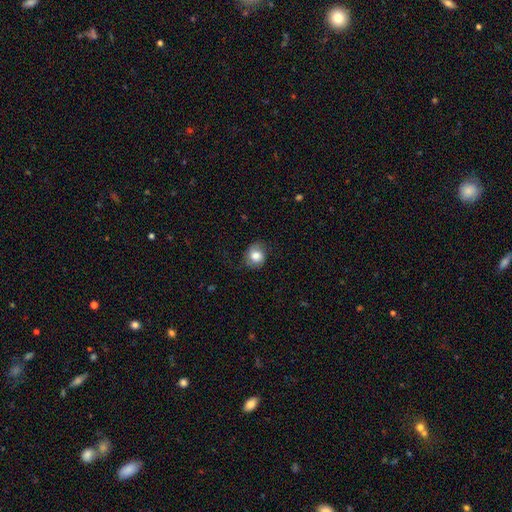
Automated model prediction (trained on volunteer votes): smooth_or_featured: smooth (p=0.79) [alt: featured or disk p=0.13]
how_rounded: round (p=0.70) [alt: in between p=0.29]
merging: none (p=0.69) [alt: minor disturbance p=0.22]